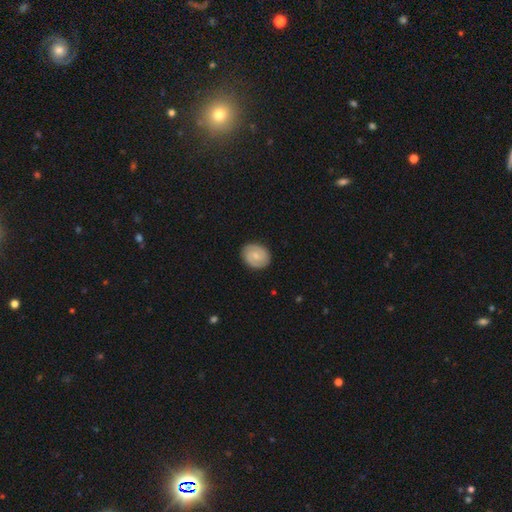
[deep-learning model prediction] This is likely a featured or disk galaxy (66%). It is clearly not viewed edge-on (98%). Bar: possibly weak (48%). Spiral arm pattern: clearly yes (92%). Spiral arm count: clearly 2 (86%). Spiral winding: possibly tight (55%). Central bulge: possibly small (54%). Merging: clearly none (87%).